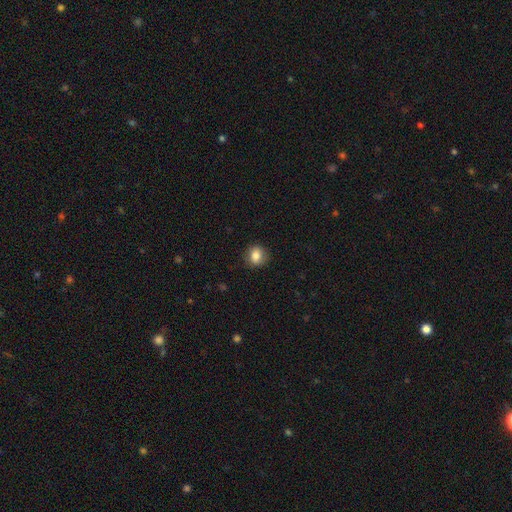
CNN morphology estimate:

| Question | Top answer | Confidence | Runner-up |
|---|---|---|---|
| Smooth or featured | smooth | 84% | star or artifact (9%) |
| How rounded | round | 70% | in between (29%) |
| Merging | none | 86% | minor disturbance (10%) |